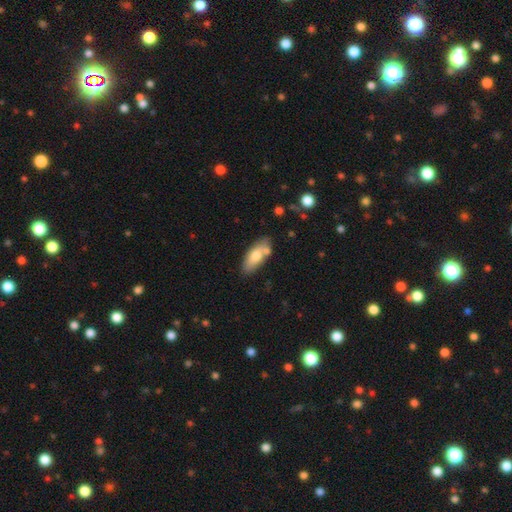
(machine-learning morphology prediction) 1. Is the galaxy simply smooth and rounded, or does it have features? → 71% smooth, 23% featured or disk, 6% star or artifact.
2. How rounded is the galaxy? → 81% in between, 17% cigar-shaped, 2% round.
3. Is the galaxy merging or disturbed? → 67% none, 17% minor disturbance, 12% merger, 4% major disturbance.